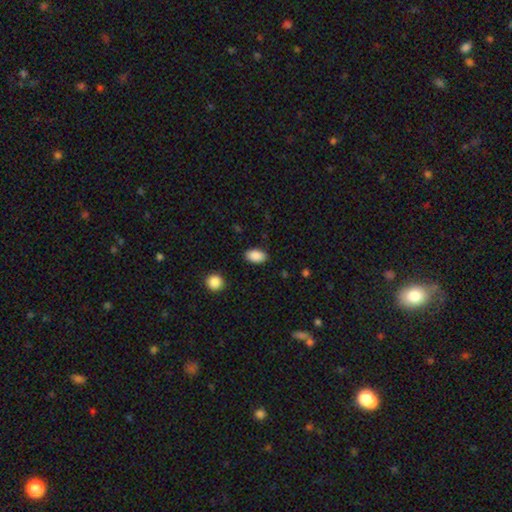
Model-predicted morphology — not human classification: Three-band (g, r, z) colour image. It shows a smooth galaxy with no disk features (89%) that is in between round and cigar-shaped (92%). Merging: none (88%).